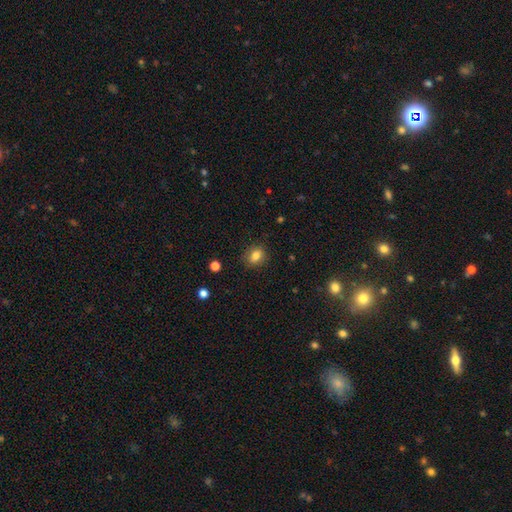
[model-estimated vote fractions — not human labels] smooth-or-featured: smooth: 82% | star or artifact: 11% | featured or disk: 7%
  how-rounded: round: 51% | in between: 48% | cigar-shaped: 1%
  merging: none: 85% | minor disturbance: 11% | major disturbance: 3% | merger: 1%